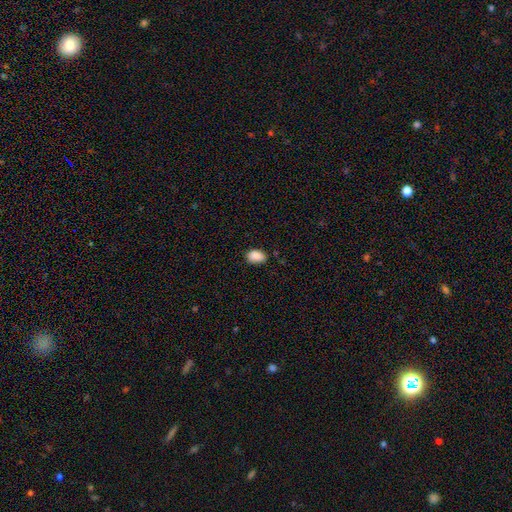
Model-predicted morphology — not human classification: Smooth or featured? Predicted: smooth (p=0.89). How rounded? Predicted: in between (p=0.84). Merging? Predicted: none (p=0.76).